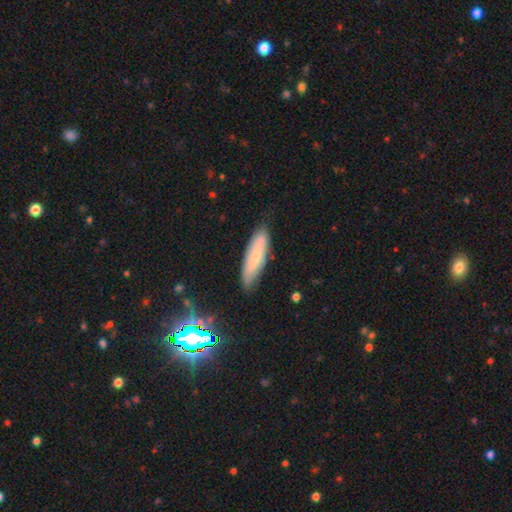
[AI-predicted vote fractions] This appears to be a smooth galaxy with no disk features (59%) that is cigar-shaped (54%). Merging: none (78%).